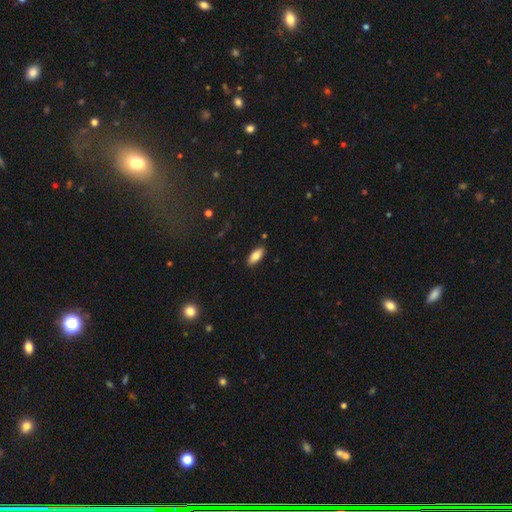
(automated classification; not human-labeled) This is likely a smooth galaxy (78%). How rounded: clearly in between (82%). Merging: clearly none (88%).